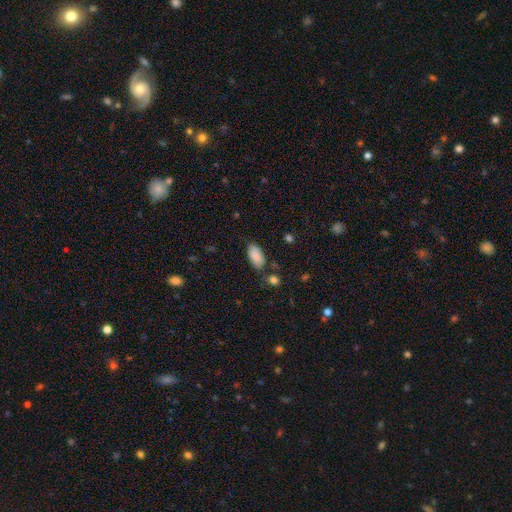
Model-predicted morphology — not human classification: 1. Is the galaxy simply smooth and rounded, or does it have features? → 88% smooth, 7% star or artifact, 5% featured or disk.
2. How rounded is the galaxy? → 93% in between, 5% cigar-shaped, 2% round.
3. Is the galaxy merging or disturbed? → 77% none, 16% minor disturbance, 4% major disturbance, 4% merger.